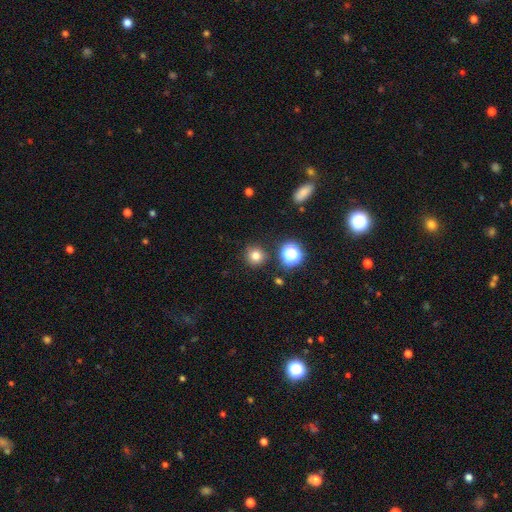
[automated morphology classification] This appears to be a smooth galaxy with no disk features (75%) that is round (93%). Merging: none (88%).